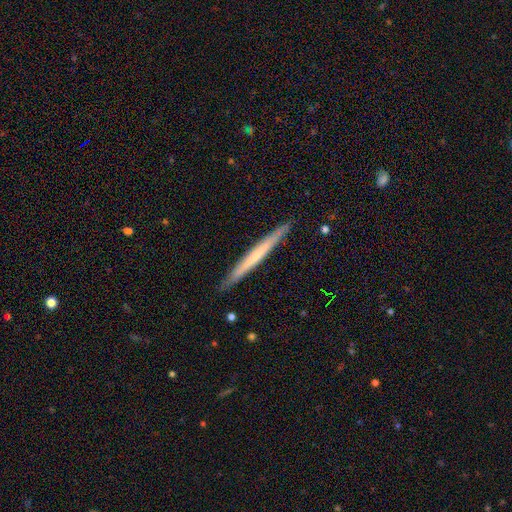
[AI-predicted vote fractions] Smooth or featured?
  - featured or disk: 51% *
  - smooth: 44%
  - star or artifact: 5%
Edge-on disk?
  - yes: 96% *
  - no: 4%
Merging?
  - none: 90% *
  - minor disturbance: 8%
  - major disturbance: 1%
  - merger: 1%